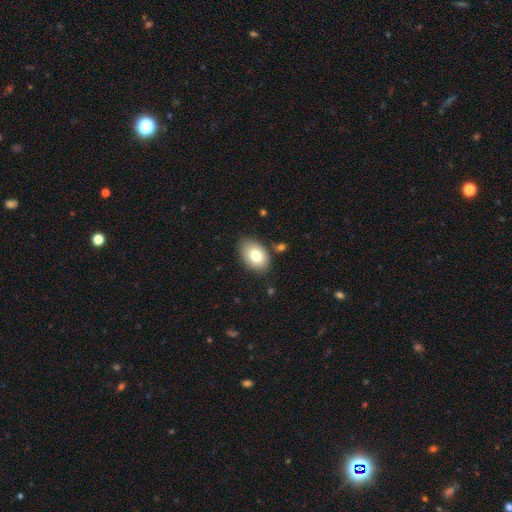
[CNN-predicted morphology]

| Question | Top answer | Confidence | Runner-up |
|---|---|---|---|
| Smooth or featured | smooth | 79% | featured or disk (14%) |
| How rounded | in between | 86% | round (13%) |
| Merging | none | 79% | minor disturbance (14%) |